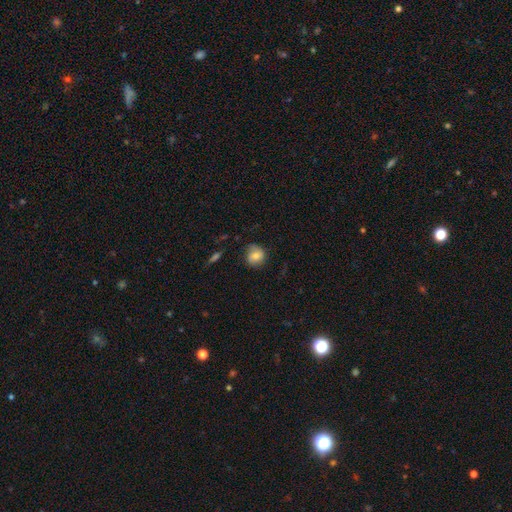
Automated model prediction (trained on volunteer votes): Smooth or featured?
  - smooth: 73% *
  - featured or disk: 19%
  - star or artifact: 9%
How rounded?
  - round: 82% *
  - in between: 17%
  - cigar-shaped: 1%
Merging?
  - none: 74% *
  - minor disturbance: 20%
  - major disturbance: 5%
  - merger: 1%